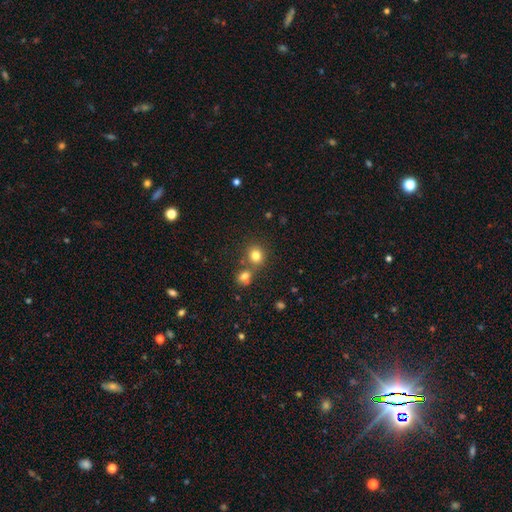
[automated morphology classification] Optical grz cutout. It shows a smooth galaxy with no disk features (79%) that is round (80%). Merging: none (60%).